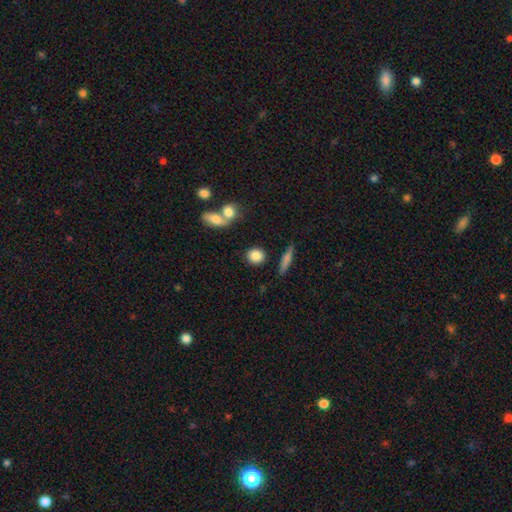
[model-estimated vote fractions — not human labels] Q: Smooth or featured?
A: smooth (84%); runner-up: star or artifact (8%)
Q: How rounded?
A: round (79%); runner-up: in between (18%)
Q: Merging?
A: none (81%); runner-up: minor disturbance (9%)